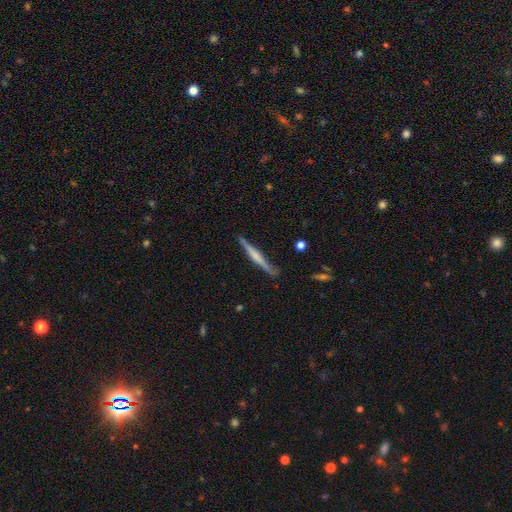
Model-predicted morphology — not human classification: Smooth or featured?
  - featured or disk: 61% *
  - smooth: 33%
  - star or artifact: 6%
Edge-on disk?
  - yes: 97% *
  - no: 3%
Edge-on bulge?
  - rounded: 44% *
  - none: 34%
  - boxy: 22%
Merging?
  - none: 83% *
  - minor disturbance: 13%
  - major disturbance: 3%
  - merger: 2%